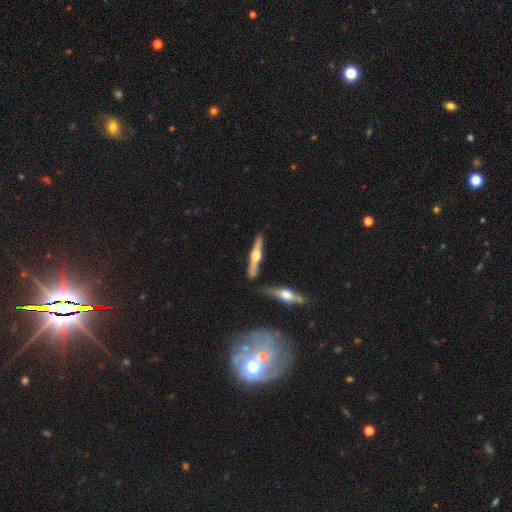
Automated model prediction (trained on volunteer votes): smooth-or-featured: featured or disk: 75% | smooth: 20% | star or artifact: 4%
  disk-edge-on: yes: 97% | no: 3%
    edge-on-bulge: rounded: 95% | boxy: 3% | none: 2%
  merging: none: 83% | minor disturbance: 9% | merger: 7% | major disturbance: 2%